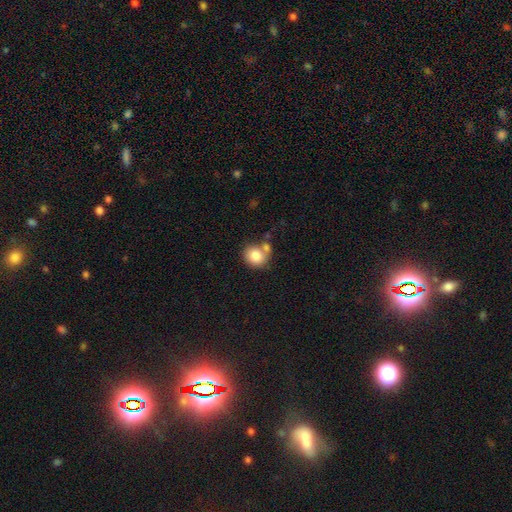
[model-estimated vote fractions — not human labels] This appears to be a smooth galaxy with no disk features (81%) that is round (80%). Merging: none (53%).